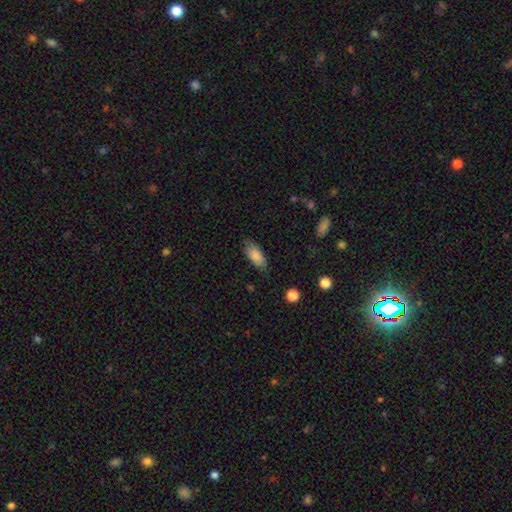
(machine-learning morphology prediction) This appears to be a smooth galaxy with no disk features (84%) that is in between round and cigar-shaped (86%). Merging: none (76%).